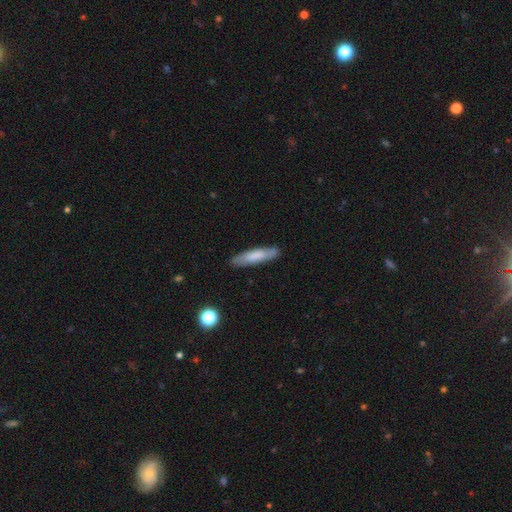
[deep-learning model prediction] Smooth or featured? smooth (72%)
How rounded? cigar-shaped (82%)
Merging? none (86%)